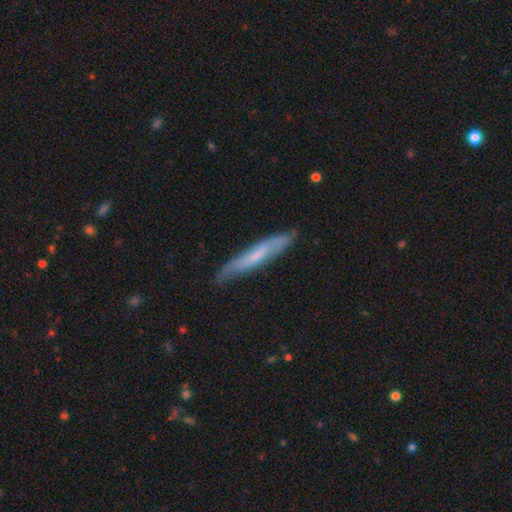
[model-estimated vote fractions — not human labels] The model was most divided on "smooth or featured": smooth: 49%, featured or disk: 45%, star or artifact: 6%. More confident: merging — none (75%).